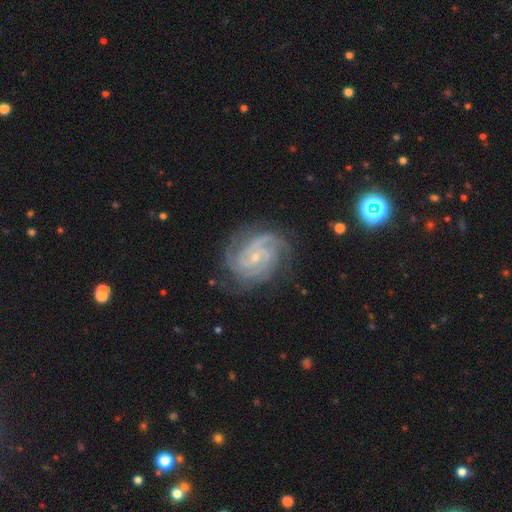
Q: Smooth or featured?
A: featured or disk (95%); runner-up: star or artifact (5%)
Q: Edge-on disk?
A: no (100%)
Q: Bar?
A: no (47%); runner-up: weak (42%)
Q: Spiral arms?
A: yes (100%)
Q: Spiral winding?
A: tight (75%); runner-up: medium (25%)
Q: Spiral arm count?
A: 3 (56%); runner-up: 2 (31%)
Q: Bulge size?
A: small (78%); runner-up: moderate (22%)
Q: Merging?
A: none (69%); runner-up: minor disturbance (28%)